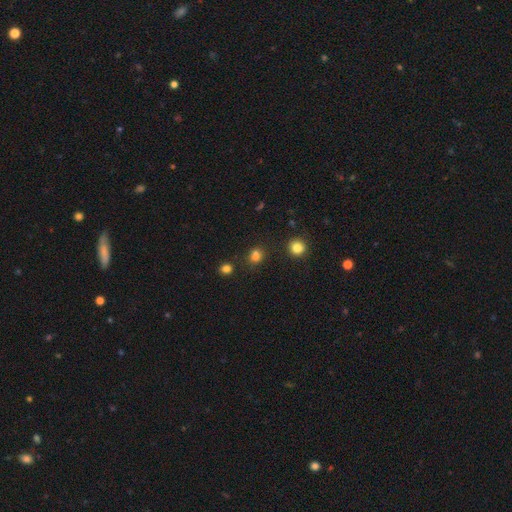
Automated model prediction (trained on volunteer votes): Smooth or featured?
  - smooth: 76% *
  - star or artifact: 19%
  - featured or disk: 5%
How rounded?
  - round: 67% *
  - in between: 32%
  - cigar-shaped: 1%
Merging?
  - none: 72% *
  - minor disturbance: 12%
  - merger: 12%
  - major disturbance: 5%